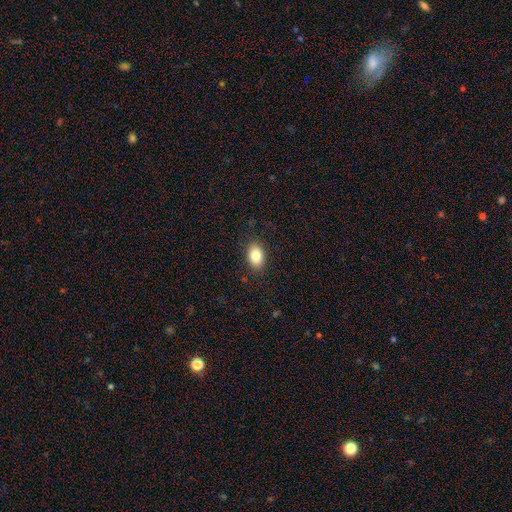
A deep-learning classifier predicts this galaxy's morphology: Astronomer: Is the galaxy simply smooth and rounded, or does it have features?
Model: smooth — 83%.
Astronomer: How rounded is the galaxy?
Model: in between — 81%.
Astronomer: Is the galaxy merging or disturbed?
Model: none — 88%.